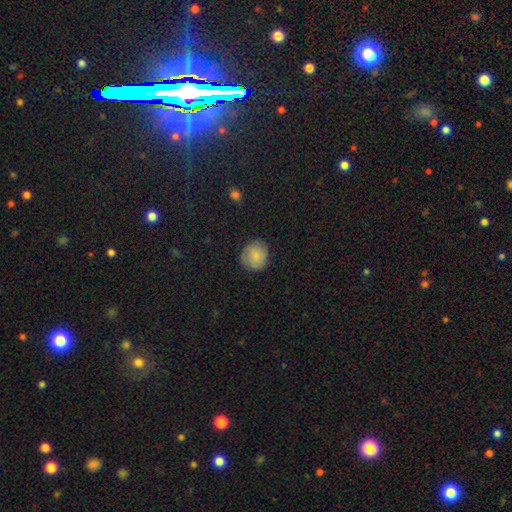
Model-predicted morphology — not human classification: A smooth galaxy with no disk features (80%) that is round (85%).

Vote fractions:
- Smooth or featured? smooth: 80% / featured or disk: 12% / star or artifact: 8%
- How rounded? round: 85% / in between: 14% / cigar-shaped: 1%
- Merging? none: 81% / minor disturbance: 14% / major disturbance: 3% / merger: 1%